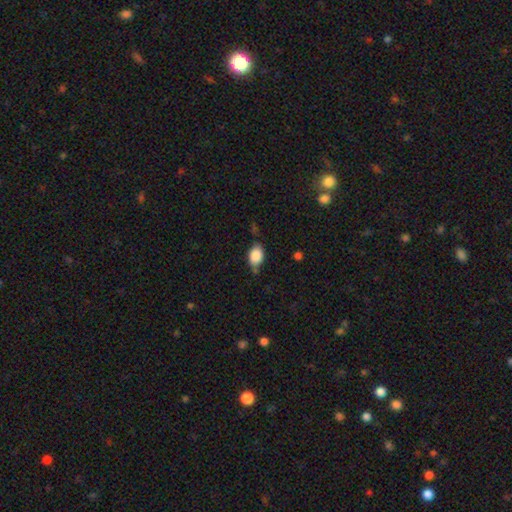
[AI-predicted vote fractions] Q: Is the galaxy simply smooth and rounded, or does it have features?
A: smooth — 86%.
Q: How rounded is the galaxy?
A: in between — 78%.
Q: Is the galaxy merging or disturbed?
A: none — 60%.